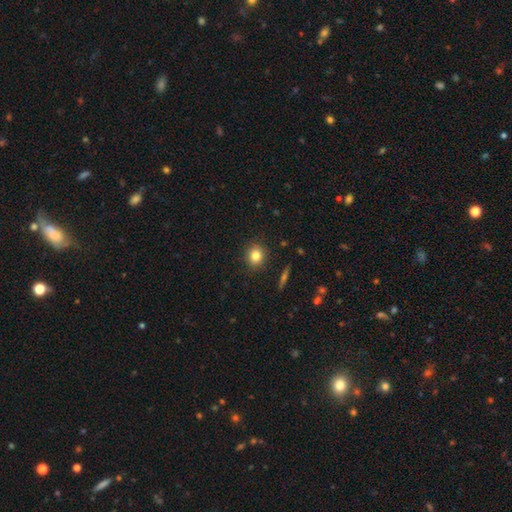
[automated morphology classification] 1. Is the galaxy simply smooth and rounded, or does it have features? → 81% smooth, 11% star or artifact, 8% featured or disk.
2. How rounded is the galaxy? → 82% round, 16% in between, 1% cigar-shaped.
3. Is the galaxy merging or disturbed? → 90% none, 7% minor disturbance, 2% major disturbance, 1% merger.